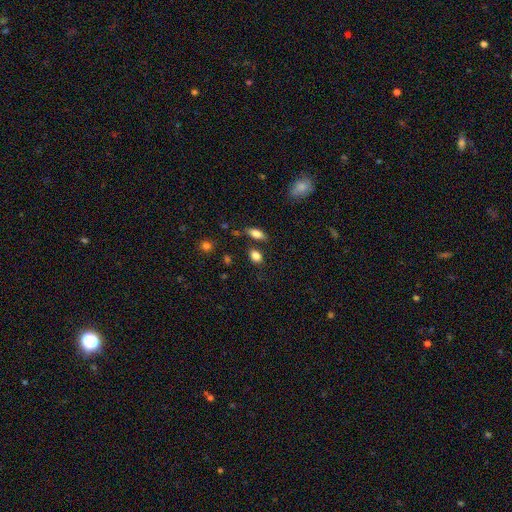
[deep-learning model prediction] A smooth galaxy with no disk features (83%) that is in between round and cigar-shaped (78%).

Vote fractions:
- Smooth or featured? smooth: 83% / star or artifact: 9% / featured or disk: 7%
- How rounded? in between: 78% / round: 18% / cigar-shaped: 4%
- Merging? none: 75% / minor disturbance: 13% / merger: 9% / major disturbance: 4%